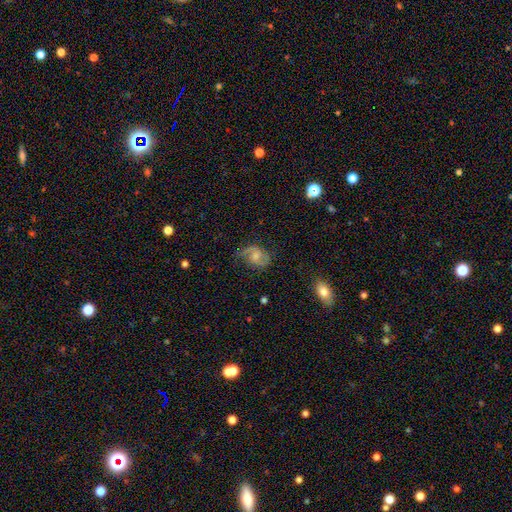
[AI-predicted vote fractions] This is likely a featured or disk galaxy (71%). It is clearly not viewed edge-on (97%). Bar: possibly no (54%). Spiral arm pattern: clearly yes (92%). Spiral arm count: clearly 2 (81%). Spiral winding: possibly medium (47%). Central bulge: possibly moderate (48%). Merging: likely none (69%).